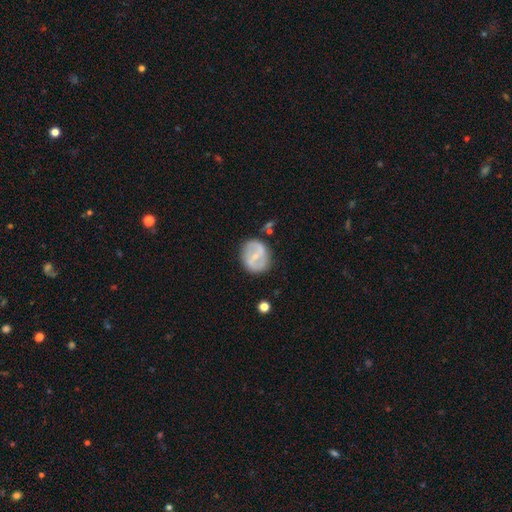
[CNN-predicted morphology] featured or disk 66%, smooth 28%, star or artifact 6%. Down the decision tree: edge-on disk — no (97%); bar — weak (43%); spiral arms — yes (68%); bulge size — small (66%); merging — none (78%).